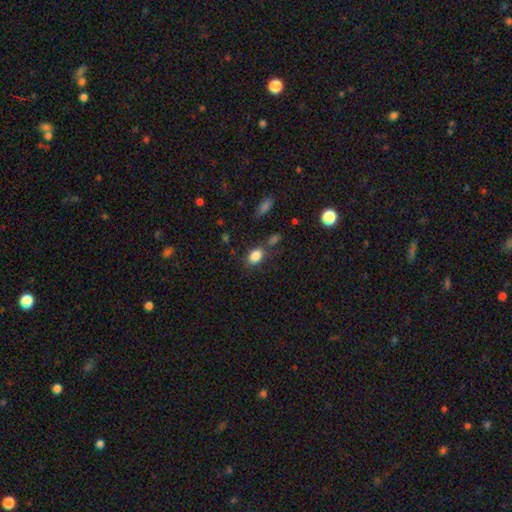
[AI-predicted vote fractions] This is clearly a smooth galaxy (85%). How rounded: likely in between (76%). Merging: likely none (67%).